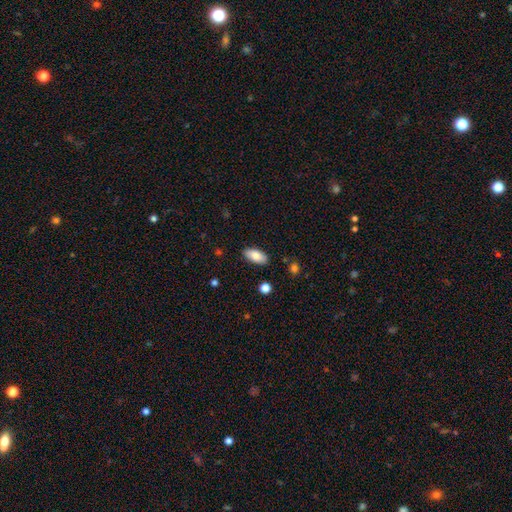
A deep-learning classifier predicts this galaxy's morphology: smooth-or-featured: smooth: 82% | featured or disk: 11% | star or artifact: 7%
  how-rounded: in between: 91% | cigar-shaped: 7% | round: 2%
  merging: none: 87% | minor disturbance: 10% | major disturbance: 2% | merger: 2%